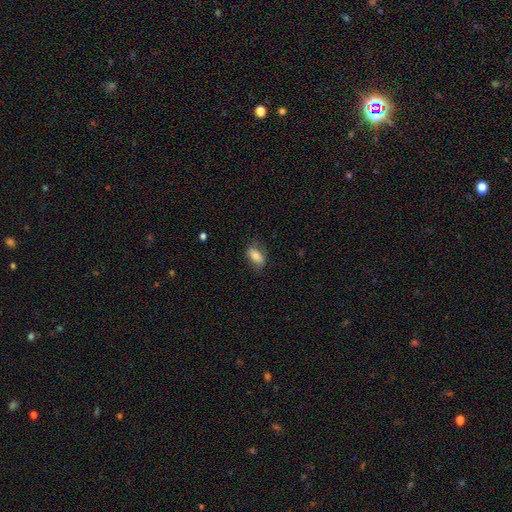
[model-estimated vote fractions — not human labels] Overall: smooth (77%). How rounded: in between (86%). Merging: none (73%).